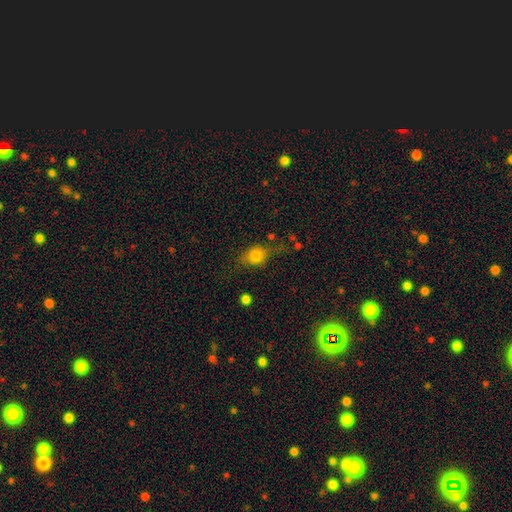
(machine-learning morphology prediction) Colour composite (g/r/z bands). It shows a smooth galaxy with no disk features (74%) that is round (50%). Merging: none (56%).